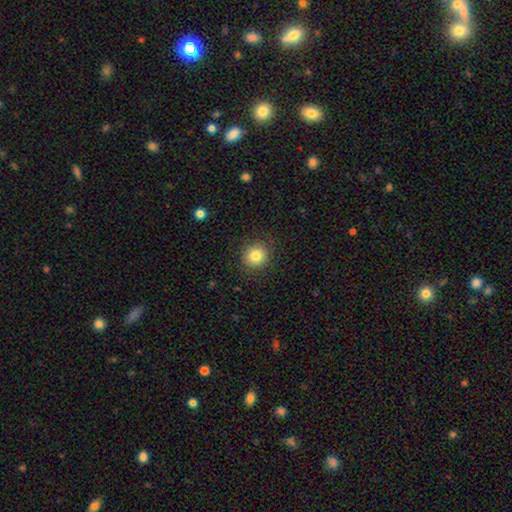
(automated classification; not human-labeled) The model was most divided on "smooth or featured": smooth: 82%, star or artifact: 11%, featured or disk: 7%. More confident: how rounded — round (91%); merging — none (89%).